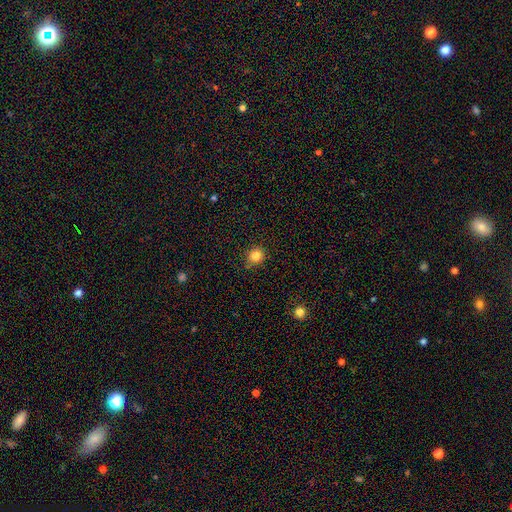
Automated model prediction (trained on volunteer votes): smooth-or-featured: smooth: 82% | star or artifact: 12% | featured or disk: 6%
  how-rounded: round: 85% | in between: 14% | cigar-shaped: 1%
  merging: none: 83% | minor disturbance: 12% | major disturbance: 2% | merger: 2%